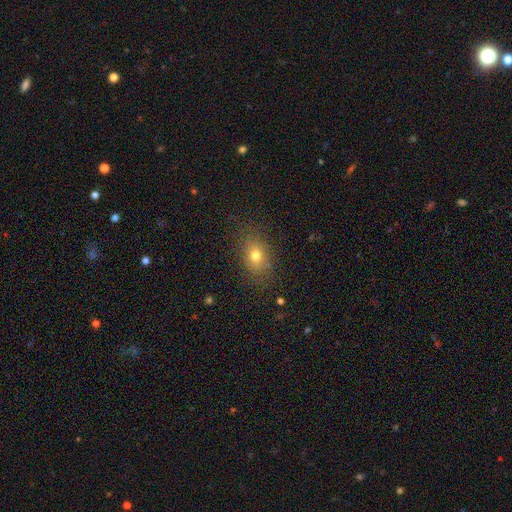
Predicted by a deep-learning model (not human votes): Morphology: type=smooth (73%); roundness=in between (68%); merging=none (81%).